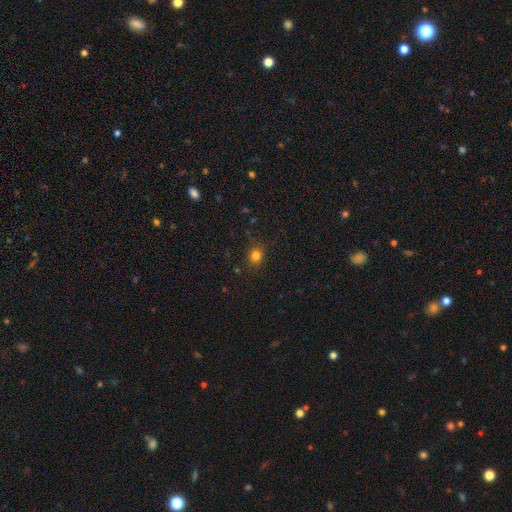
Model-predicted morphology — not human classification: Q: Smooth or featured?
A: smooth (80%); runner-up: star or artifact (15%)
Q: How rounded?
A: round (80%); runner-up: in between (19%)
Q: Merging?
A: none (84%); runner-up: minor disturbance (11%)